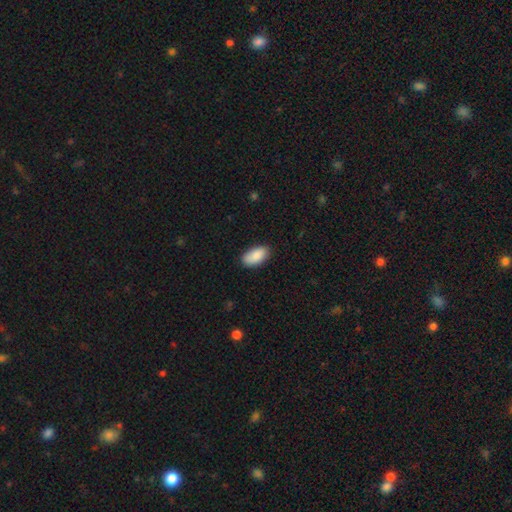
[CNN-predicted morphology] Smooth or featured: smooth — 88% (star or artifact — 6%)
How rounded: in between — 94% (cigar-shaped — 3%)
Merging: none — 84% (minor disturbance — 12%)